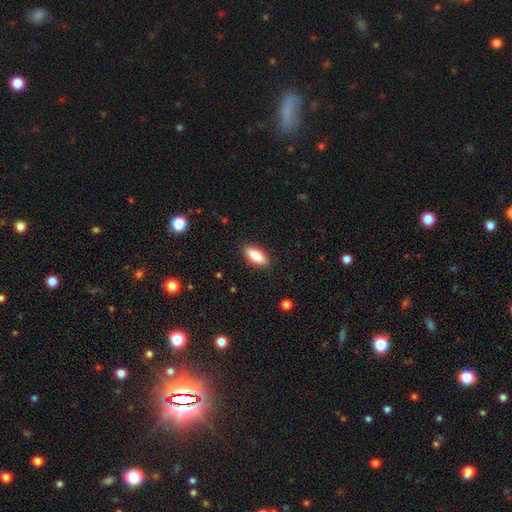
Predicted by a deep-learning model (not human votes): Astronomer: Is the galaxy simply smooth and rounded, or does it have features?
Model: smooth — 78%.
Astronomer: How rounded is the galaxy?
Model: in between — 77%.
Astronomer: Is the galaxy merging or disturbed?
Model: none — 88%.